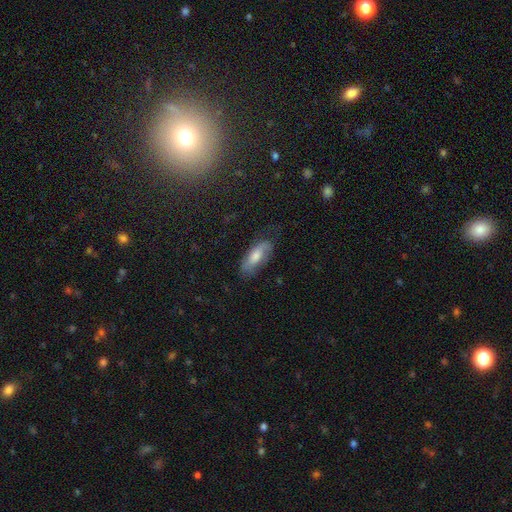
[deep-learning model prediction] A smooth galaxy with no disk features (52%) that is in between round and cigar-shaped (71%). Merging: none (69%).